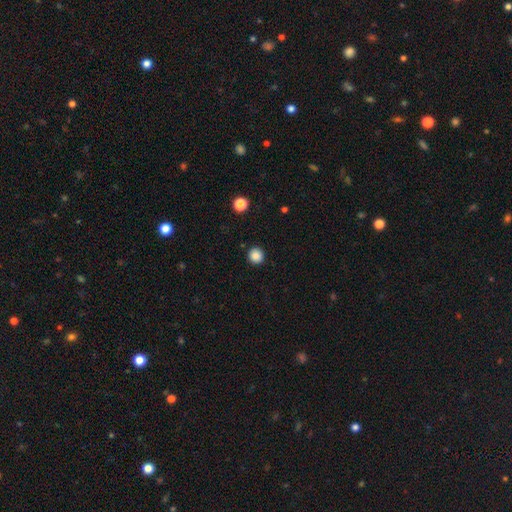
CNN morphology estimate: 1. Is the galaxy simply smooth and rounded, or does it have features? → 87% smooth, 10% star or artifact, 3% featured or disk.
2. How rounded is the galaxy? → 94% round, 5% in between, 1% cigar-shaped.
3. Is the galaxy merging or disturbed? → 92% none, 5% minor disturbance, 2% major disturbance, 1% merger.